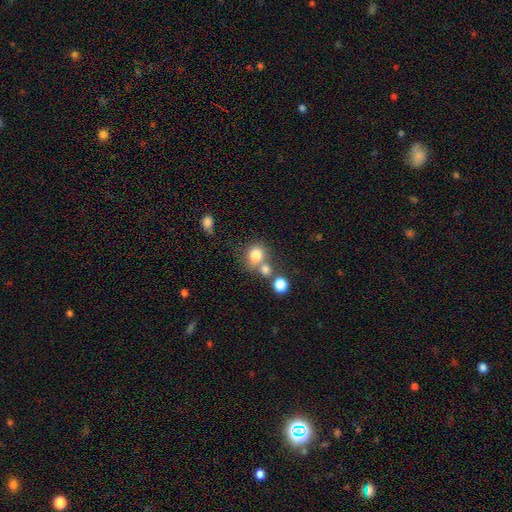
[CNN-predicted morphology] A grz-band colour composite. It shows a smooth galaxy with no disk features (79%) that is round (78%). Merging: none (50%).